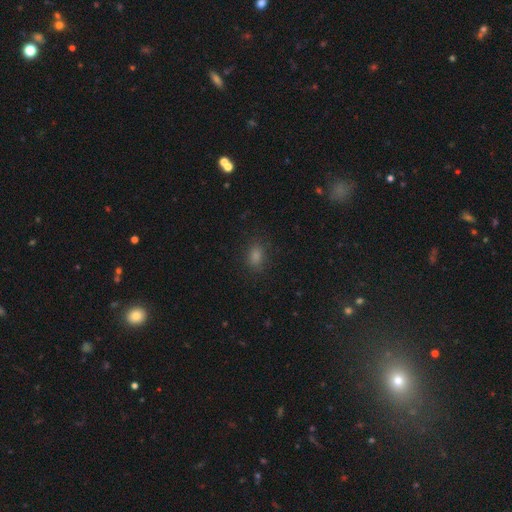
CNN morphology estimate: The model was most divided on "how rounded": in between: 70%, round: 27%, cigar-shaped: 2%. More confident: merging — none (84%); smooth or featured — smooth (71%).